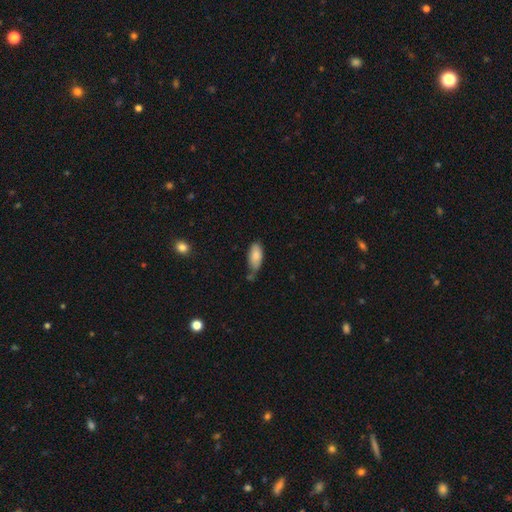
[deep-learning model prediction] smooth-or-featured: smooth: 85% | featured or disk: 8% | star or artifact: 7%
  how-rounded: in between: 90% | cigar-shaped: 8% | round: 2%
  merging: none: 48% | minor disturbance: 32% | merger: 13% | major disturbance: 7%